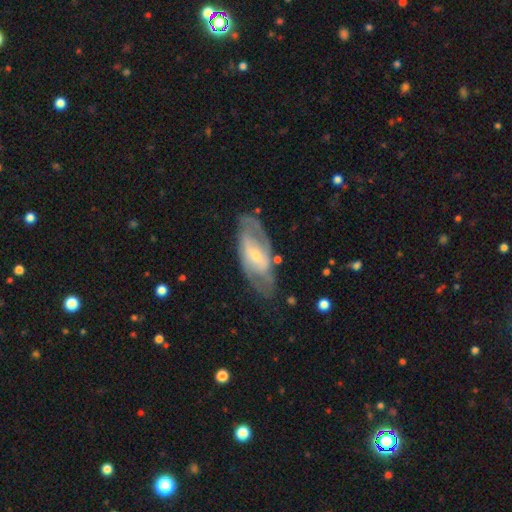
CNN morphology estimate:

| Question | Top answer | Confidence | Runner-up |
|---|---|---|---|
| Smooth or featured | featured or disk | 74% | smooth (21%) |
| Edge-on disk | no | 90% | yes (10%) |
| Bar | weak | 39% | no (37%) |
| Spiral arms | yes | 74% | no (26%) |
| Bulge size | small | 60% | moderate (34%) |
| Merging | none | 68% | minor disturbance (19%) |